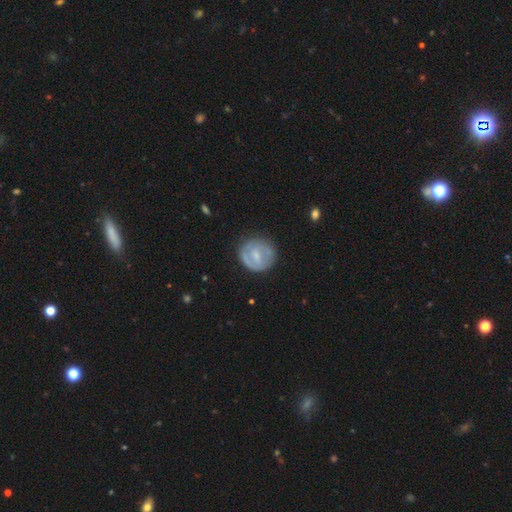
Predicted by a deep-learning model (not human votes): Q: Smooth or featured?
A: featured or disk (55%); runner-up: smooth (39%)
Q: Edge-on disk?
A: no (97%); runner-up: yes (3%)
Q: Bar?
A: weak (50%); runner-up: no (32%)
Q: Spiral arms?
A: yes (61%); runner-up: no (39%)
Q: Bulge size?
A: small (52%); runner-up: moderate (32%)
Q: Merging?
A: none (75%); runner-up: minor disturbance (17%)